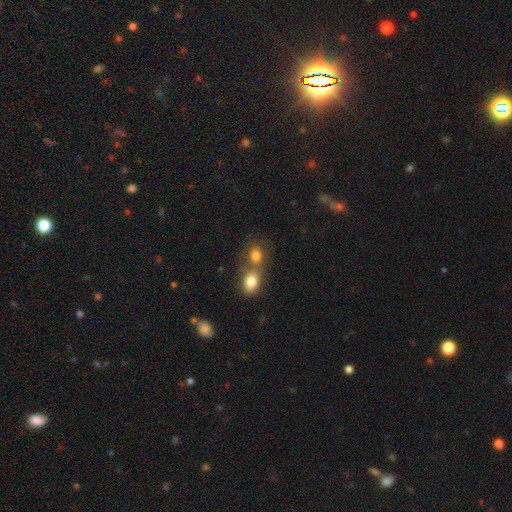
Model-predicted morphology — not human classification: Smooth or featured? Predicted: smooth (p=0.79). How rounded? Predicted: in between (p=0.53). Merging? Predicted: merger (p=0.56).